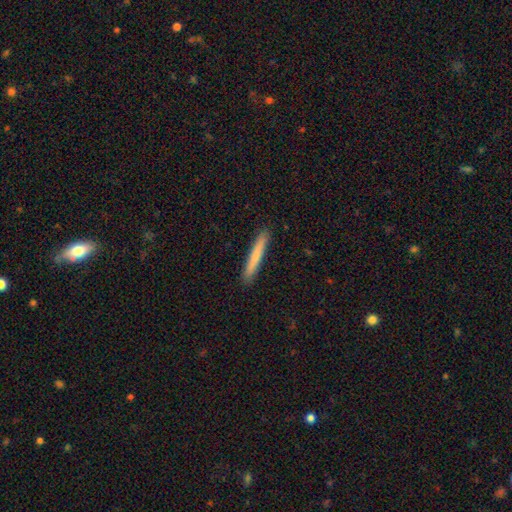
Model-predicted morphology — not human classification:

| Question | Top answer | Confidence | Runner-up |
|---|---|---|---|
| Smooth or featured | smooth | 76% | featured or disk (18%) |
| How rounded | cigar-shaped | 96% | in between (3%) |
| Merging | none | 92% | minor disturbance (6%) |